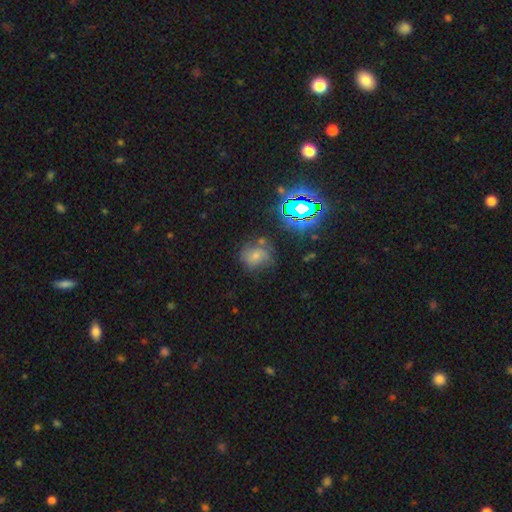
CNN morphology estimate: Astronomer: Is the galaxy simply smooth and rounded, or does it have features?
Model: smooth — 53%.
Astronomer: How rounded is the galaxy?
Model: round — 64%.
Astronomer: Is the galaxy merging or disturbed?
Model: none — 54%.